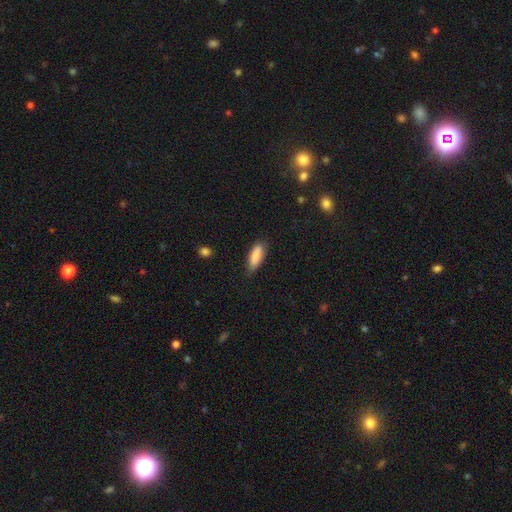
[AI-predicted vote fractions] smooth-or-featured: smooth: 83% | featured or disk: 10% | star or artifact: 6%
  how-rounded: in between: 64% | cigar-shaped: 34% | round: 2%
  merging: none: 73% | minor disturbance: 21% | major disturbance: 4% | merger: 2%